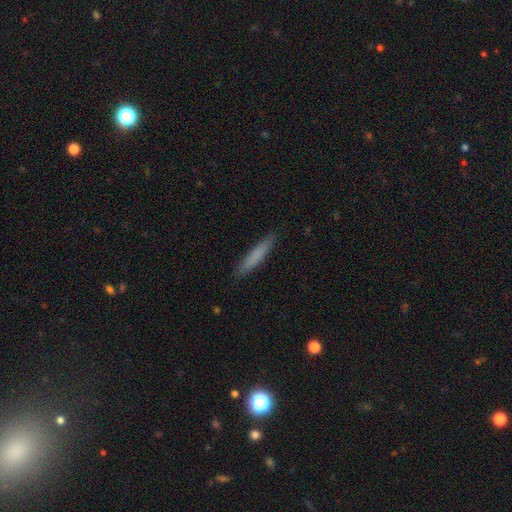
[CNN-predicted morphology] smooth-or-featured: smooth: 78% | featured or disk: 16% | star or artifact: 6%
  how-rounded: cigar-shaped: 92% | in between: 6% | round: 1%
  merging: none: 90% | minor disturbance: 8% | major disturbance: 2% | merger: 1%